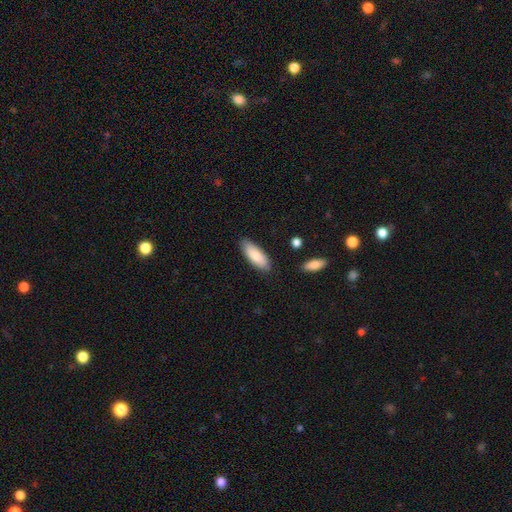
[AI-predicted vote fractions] Morphology: type=smooth (83%); roundness=in between (71%); merging=none (84%).